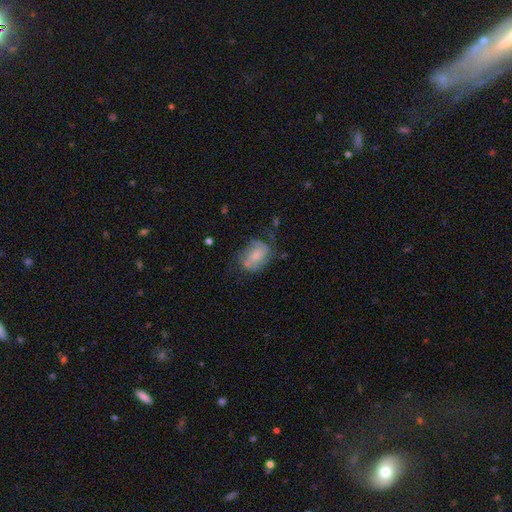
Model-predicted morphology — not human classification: Smooth or featured?
  - featured or disk: 52% *
  - smooth: 41%
  - star or artifact: 8%
Edge-on disk?
  - no: 96% *
  - yes: 4%
Merging?
  - none: 48% *
  - minor disturbance: 28%
  - major disturbance: 19%
  - merger: 4%